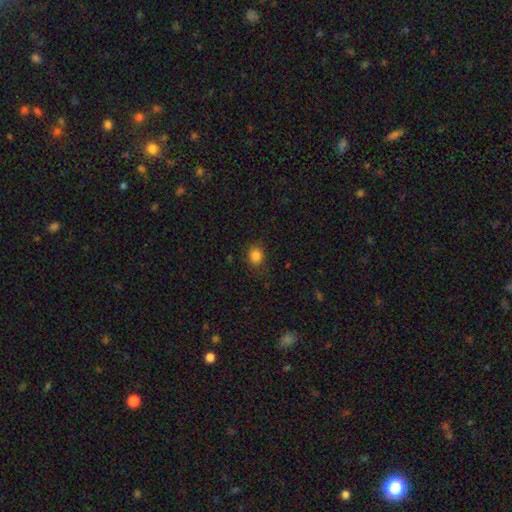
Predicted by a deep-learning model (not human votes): Morphology: type=smooth (83%); roundness=round (71%); merging=none (81%).